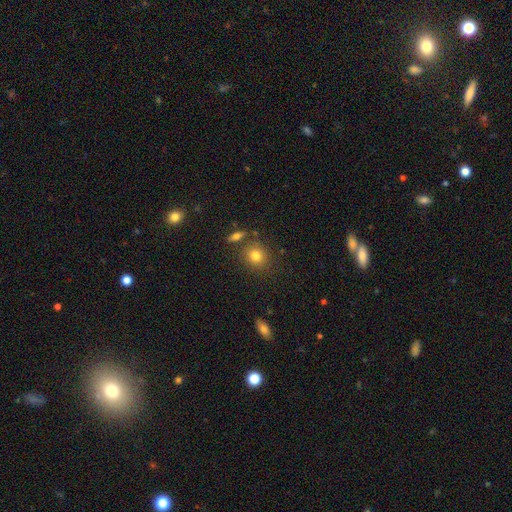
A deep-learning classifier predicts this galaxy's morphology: A smooth galaxy with no disk features (79%) that is round (81%). Merging: none (78%).